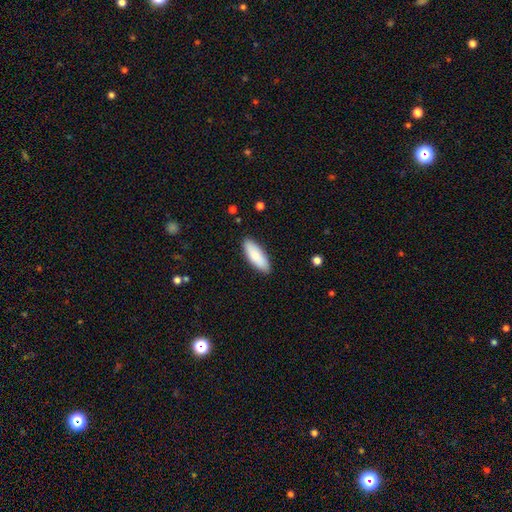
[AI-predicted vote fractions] Smooth or featured? Predicted: smooth (p=0.86). How rounded? Predicted: in between (p=0.67). Merging? Predicted: none (p=0.89).